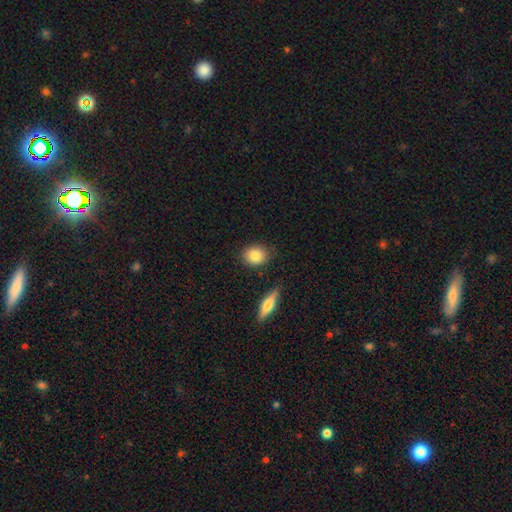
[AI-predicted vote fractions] smooth 85%, featured or disk 8%, star or artifact 7%. Down the decision tree: how rounded — round (53%); merging — none (83%).